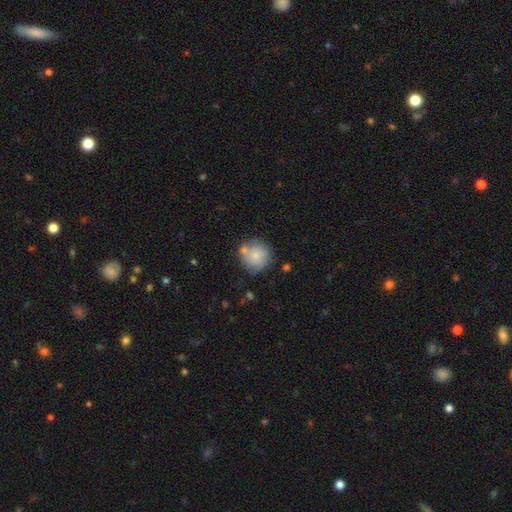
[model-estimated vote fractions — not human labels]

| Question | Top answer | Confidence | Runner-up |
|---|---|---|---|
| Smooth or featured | smooth | 73% | featured or disk (19%) |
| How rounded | round | 92% | in between (7%) |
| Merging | none | 63% | minor disturbance (18%) |